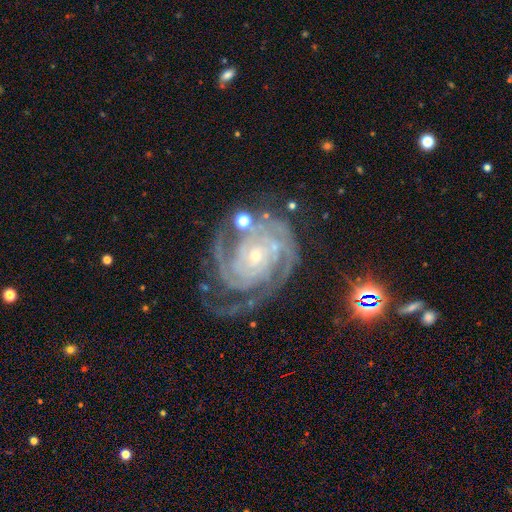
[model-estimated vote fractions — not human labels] featured or disk 92%, star or artifact 5%, smooth 3%. Down the decision tree: edge-on disk — no (98%); bar — no (71%); spiral arms — yes (98%); spiral arm count — 3 (30%); spiral winding — tight (74%); bulge size — small (80%); merging — none (65%).